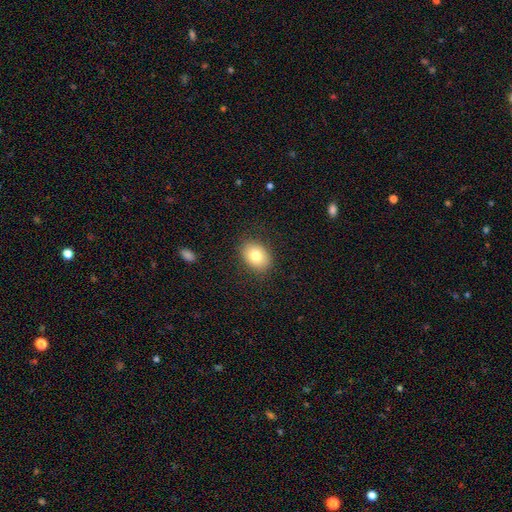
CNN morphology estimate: Overall: smooth (80%). How rounded: in between (66%; round 33%). Merging: none (86%).